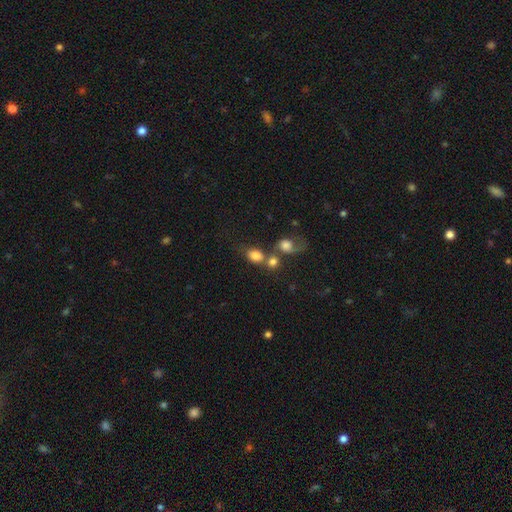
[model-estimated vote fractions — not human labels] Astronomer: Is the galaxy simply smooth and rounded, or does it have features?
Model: smooth — 79%.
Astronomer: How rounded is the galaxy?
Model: in between — 58% (runner-up: round, 40%).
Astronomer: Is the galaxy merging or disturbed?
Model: merger — 43% (runner-up: none, 36%).